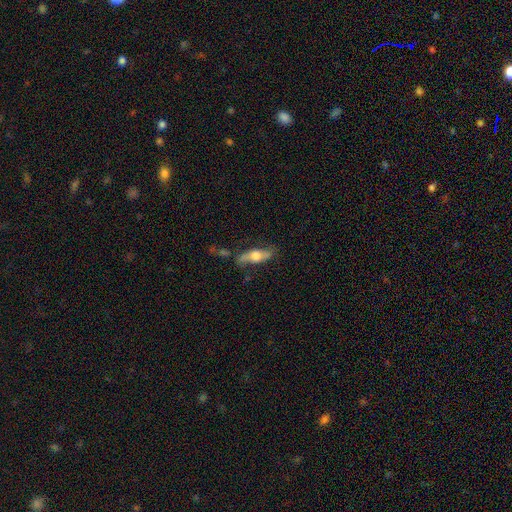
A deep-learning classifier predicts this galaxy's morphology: This appears to be a featured or disk galaxy (48%). Merging: none (68%).